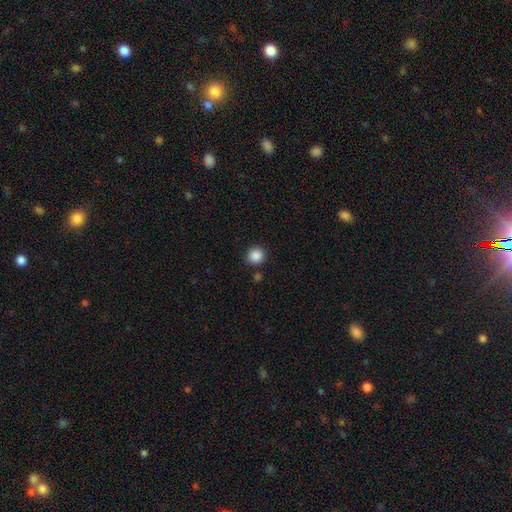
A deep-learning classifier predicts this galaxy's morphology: This appears to be a smooth galaxy with no disk features (87%) that is round (94%). Merging: none (88%).